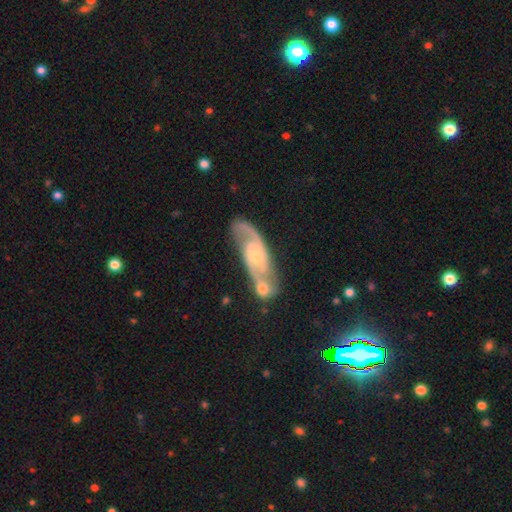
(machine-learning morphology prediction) Smooth or featured? Predicted: featured or disk (p=0.85). Edge-on disk? Predicted: no (p=0.93). Bar? Predicted: no (p=0.66). Spiral arms? Predicted: yes (p=0.95). Spiral winding? Predicted: medium (p=0.49). Spiral arm count? Predicted: 2 (p=0.87). Bulge size? Predicted: small (p=0.62). Merging? Predicted: none (p=0.42).